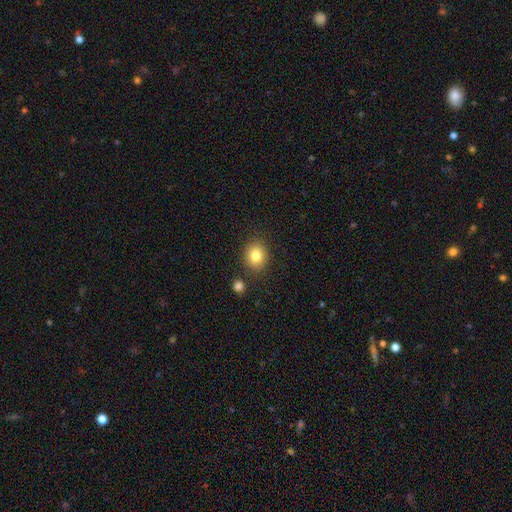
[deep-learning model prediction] Smooth or featured? Predicted: smooth (p=0.82). How rounded? Predicted: round (p=0.70). Merging? Predicted: none (p=0.84).